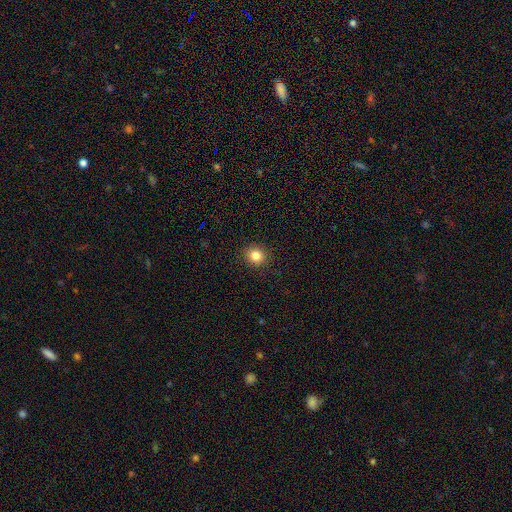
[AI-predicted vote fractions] A smooth galaxy with no disk features (84%) that is round (85%). Merging: none (91%).